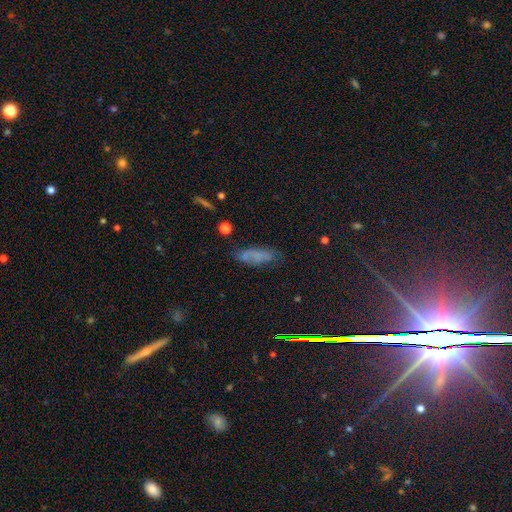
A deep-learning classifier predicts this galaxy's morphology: type=smooth (55%); roundness=in between (62%); merging=none (63%).